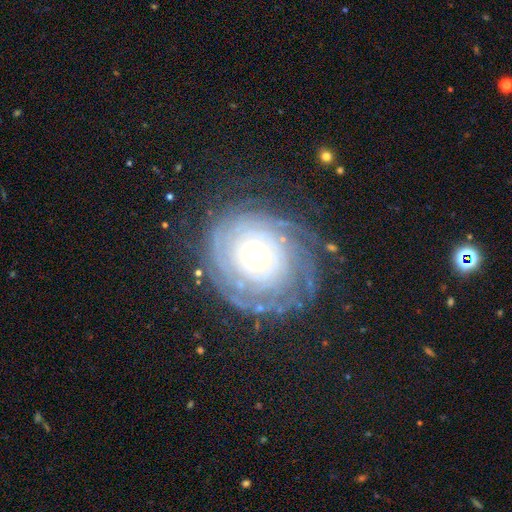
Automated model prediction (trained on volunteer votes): This is clearly a featured or disk galaxy (84%). It is clearly not viewed edge-on (97%). Bar: clearly no (80%). Spiral arm pattern: clearly yes (95%). Spiral arm count: marginally can't tell (35%). Spiral winding: clearly tight (86%). Central bulge: possibly small (58%). Merging: likely none (74%).